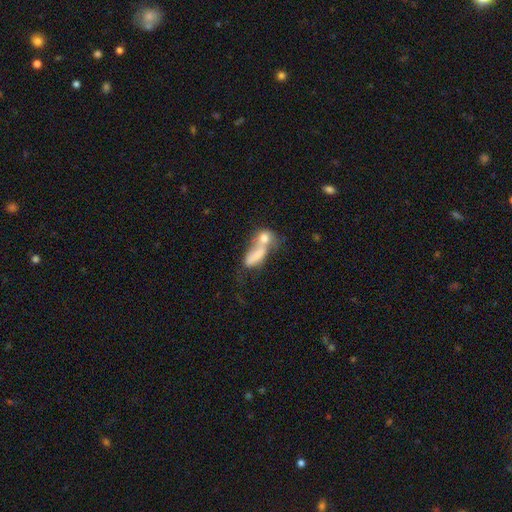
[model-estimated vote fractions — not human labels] smooth-or-featured: smooth: 70% | featured or disk: 22% | star or artifact: 9%
  how-rounded: in between: 69% | cigar-shaped: 16% | round: 16%
  merging: merger: 71% | none: 12% | major disturbance: 10% | minor disturbance: 7%